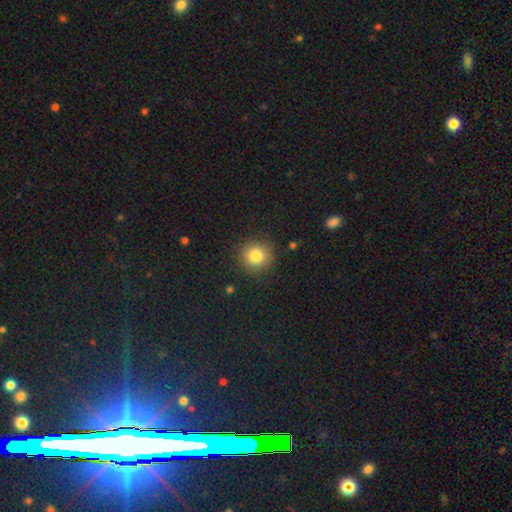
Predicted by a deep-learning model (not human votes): A smooth galaxy with no disk features (83%) that is round (91%).

Vote fractions:
- Smooth or featured? smooth: 83% / star or artifact: 11% / featured or disk: 6%
- How rounded? round: 91% / in between: 8% / cigar-shaped: 1%
- Merging? none: 89% / minor disturbance: 7% / major disturbance: 3% / merger: 1%